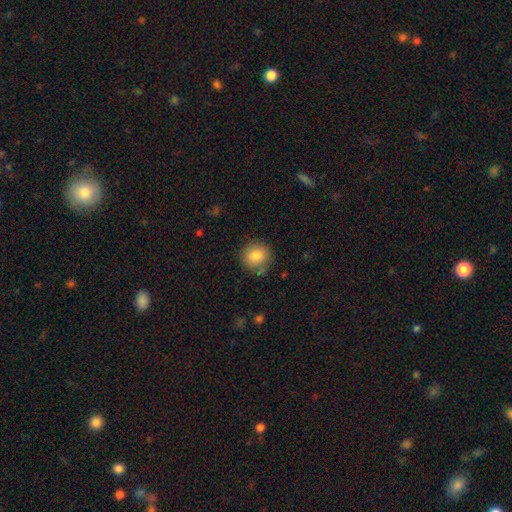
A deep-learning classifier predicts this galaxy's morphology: A smooth galaxy with no disk features (82%) that is round (89%).

Vote fractions:
- Smooth or featured? smooth: 82% / featured or disk: 9% / star or artifact: 8%
- How rounded? round: 89% / in between: 11% / cigar-shaped: 1%
- Merging? none: 77% / minor disturbance: 16% / major disturbance: 4% / merger: 3%